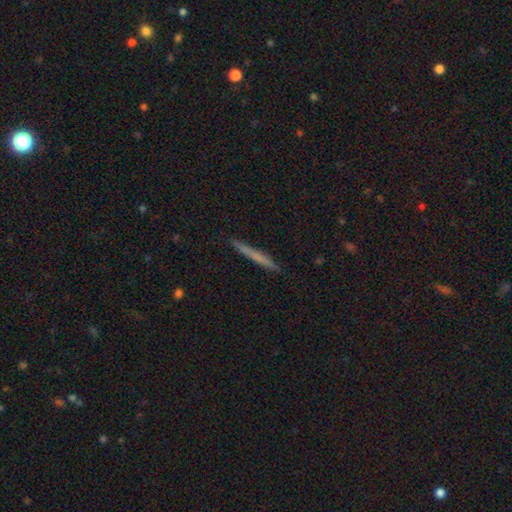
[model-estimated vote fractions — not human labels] A smooth galaxy with no disk features (57%) that is cigar-shaped (97%). Merging: none (91%).